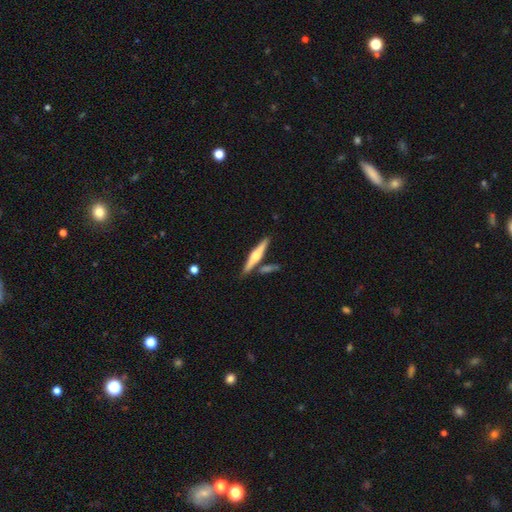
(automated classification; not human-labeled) Smooth or featured?
  - featured or disk: 58% *
  - smooth: 36%
  - star or artifact: 6%
Edge-on disk?
  - yes: 97% *
  - no: 3%
Edge-on bulge?
  - rounded: 88% *
  - none: 6%
  - boxy: 6%
Merging?
  - none: 78% *
  - merger: 11%
  - minor disturbance: 9%
  - major disturbance: 2%